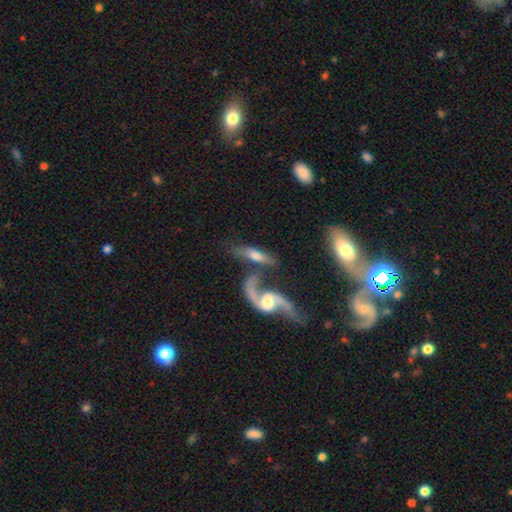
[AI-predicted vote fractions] Morphology: type=featured or disk (59%); edge-on=no (68%); merging=merger (44%).